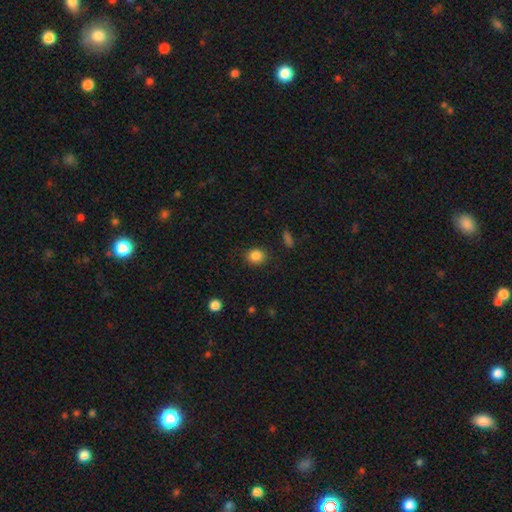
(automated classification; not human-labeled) A smooth galaxy with no disk features (86%) that is round (63%). Merging: none (88%).